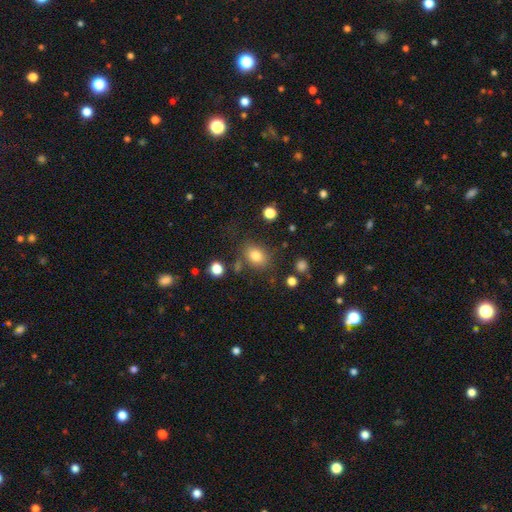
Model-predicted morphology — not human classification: smooth_or_featured: smooth (p=0.81) [alt: star or artifact p=0.11]
how_rounded: in between (p=0.65) [alt: round p=0.34]
merging: none (p=0.74) [alt: minor disturbance p=0.14]